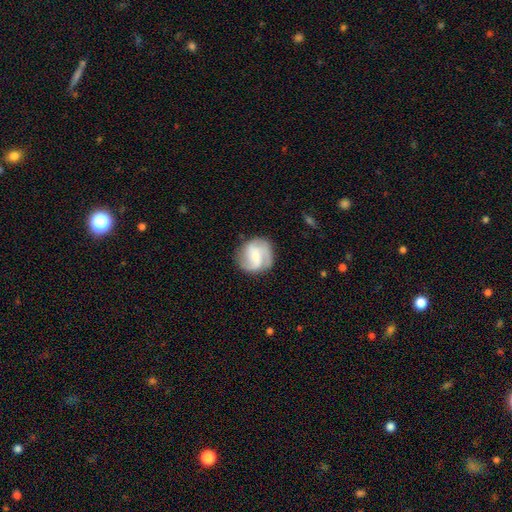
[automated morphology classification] This appears to be a featured or disk galaxy (76%) with a weak bar (46%), 3 (50%) medium (49%) spiral arms (96%) and a small central bulge (51%). Merging: none (78%).